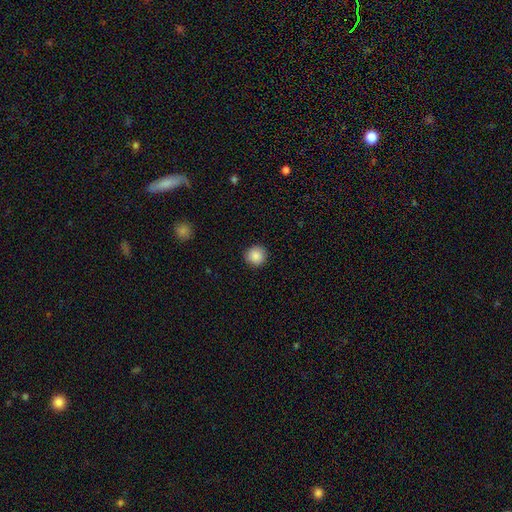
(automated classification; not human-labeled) Morphology: type=smooth (88%); roundness=round (94%); merging=none (91%).